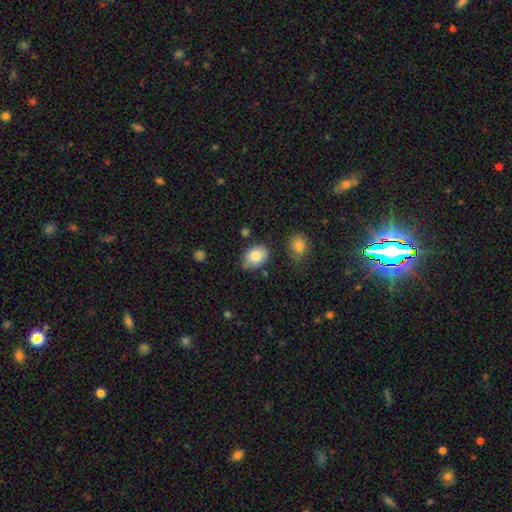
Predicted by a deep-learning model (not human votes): A smooth galaxy with no disk features (82%) that is in between round and cigar-shaped (77%).

Vote fractions:
- Smooth or featured? smooth: 82% / featured or disk: 10% / star or artifact: 8%
- How rounded? in between: 77% / round: 22% / cigar-shaped: 1%
- Merging? none: 70% / minor disturbance: 22% / merger: 4% / major disturbance: 4%